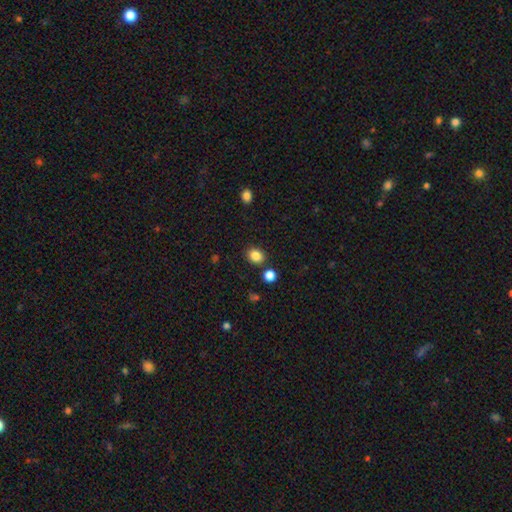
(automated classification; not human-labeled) Morphology: type=smooth (85%); roundness=round (52%); merging=none (83%).